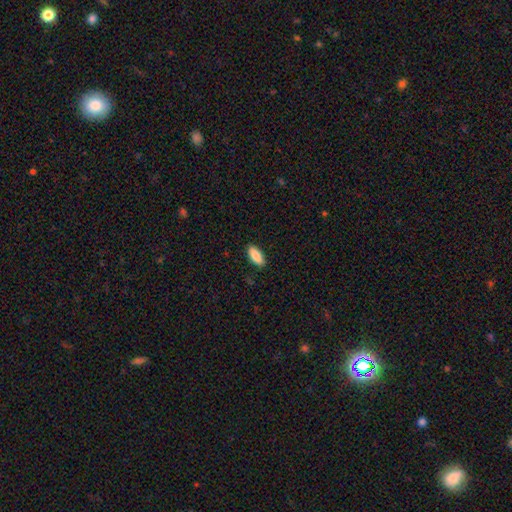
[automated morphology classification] This appears to be a smooth galaxy with no disk features (88%) that is in between round and cigar-shaped (83%). Merging: none (89%).